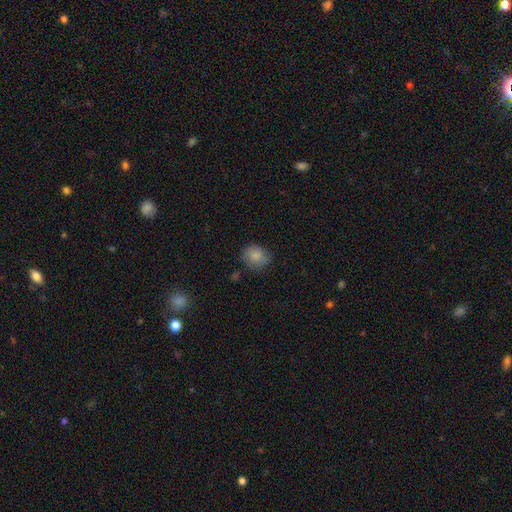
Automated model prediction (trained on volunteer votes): Overall: smooth (82%). How rounded: round (68%; in between 31%). Merging: none (68%).